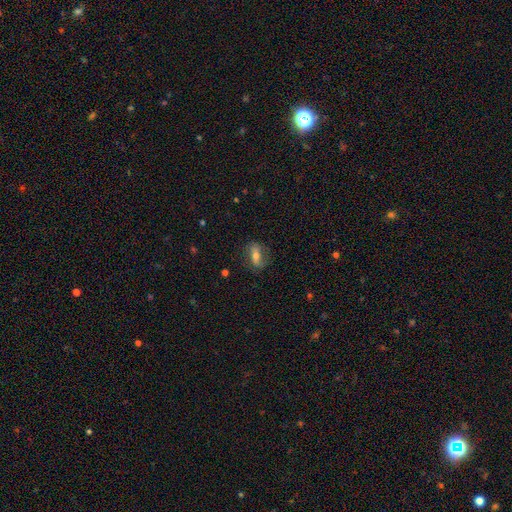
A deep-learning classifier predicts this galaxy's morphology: Overall: smooth (52%; featured or disk 40%). How rounded: in between (70%). Merging: none (75%).